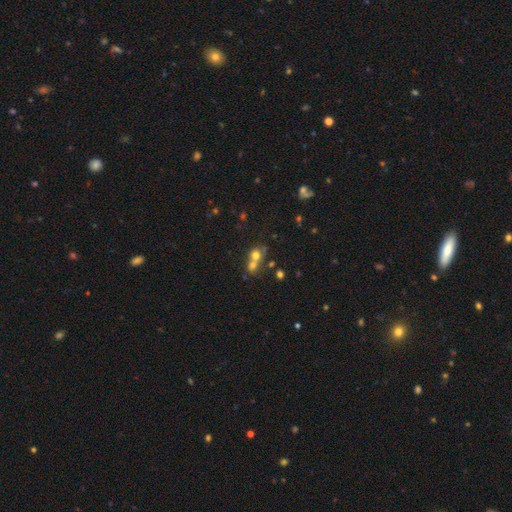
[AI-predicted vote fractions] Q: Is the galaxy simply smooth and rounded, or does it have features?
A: smooth — 67%.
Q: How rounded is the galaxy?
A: round — 74%.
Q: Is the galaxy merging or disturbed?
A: merger — 65%.